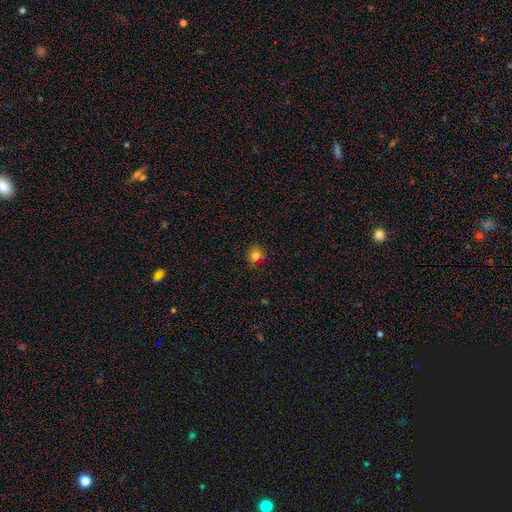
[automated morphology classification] smooth-or-featured: smooth: 81% | star or artifact: 13% | featured or disk: 6%
  how-rounded: round: 84% | in between: 15% | cigar-shaped: 1%
  merging: none: 87% | minor disturbance: 10% | major disturbance: 2% | merger: 1%